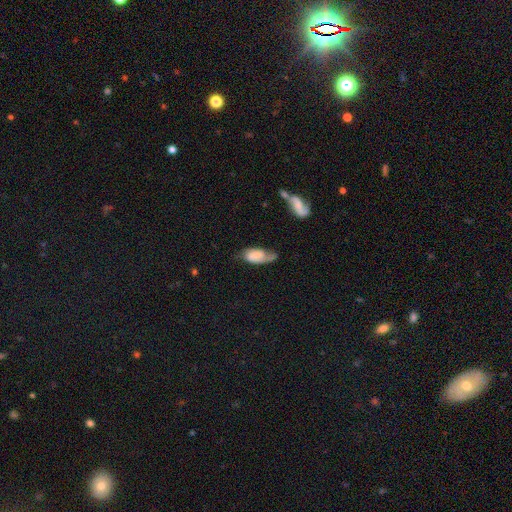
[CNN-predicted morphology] A featured or disk galaxy (47%).

Vote fractions:
- Smooth or featured? featured or disk: 47% / smooth: 46% / star or artifact: 8%
- Merging? none: 40% / minor disturbance: 32% / major disturbance: 23% / merger: 5%